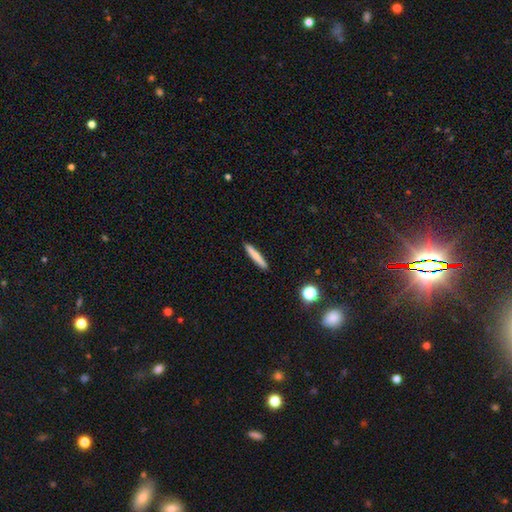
This appears to be a smooth galaxy with no disk features (70%) that is cigar-shaped (88%). Merging: none (88%).